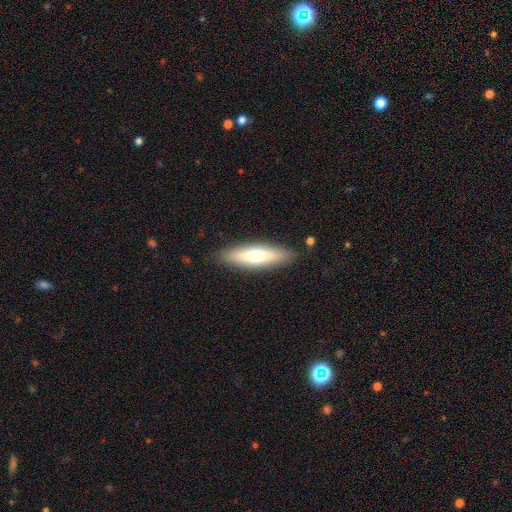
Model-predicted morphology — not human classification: smooth_or_featured: smooth (p=0.60) [alt: featured or disk p=0.34]
how_rounded: cigar-shaped (p=0.67) [alt: in between p=0.31]
merging: none (p=0.87) [alt: minor disturbance p=0.09]